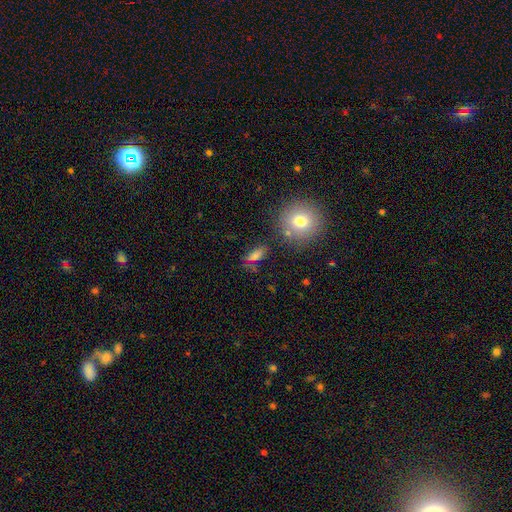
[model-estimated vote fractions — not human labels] Overall: smooth (76%). How rounded: in between (70%). Merging: none (67%).